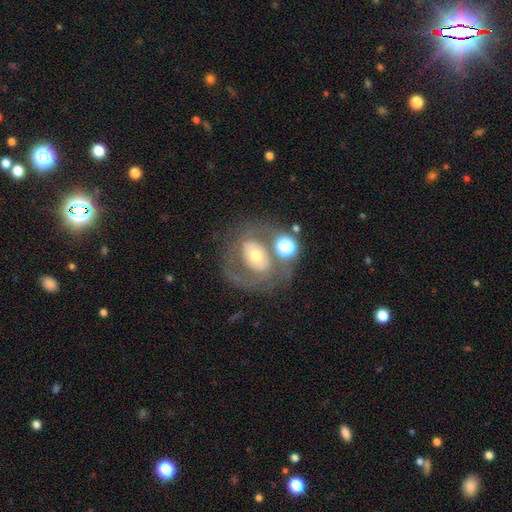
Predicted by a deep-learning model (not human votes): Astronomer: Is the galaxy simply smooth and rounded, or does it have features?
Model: featured or disk — 64%.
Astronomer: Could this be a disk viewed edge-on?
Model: no — 96%.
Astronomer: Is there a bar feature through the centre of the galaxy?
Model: no — 58%.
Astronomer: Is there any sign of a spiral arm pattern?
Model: yes — 54% (runner-up: no, 46%).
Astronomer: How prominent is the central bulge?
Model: moderate — 63%.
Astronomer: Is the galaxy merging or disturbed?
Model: none — 55%.